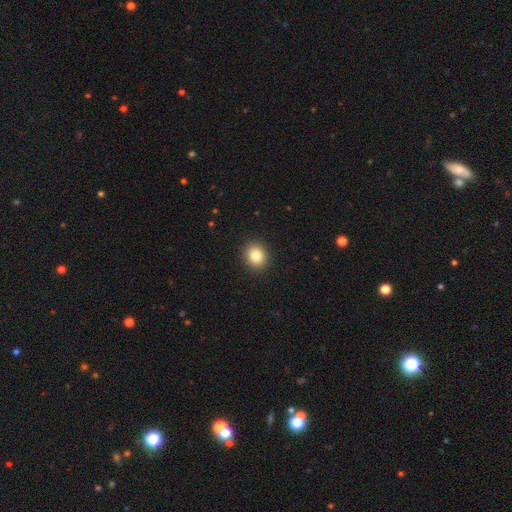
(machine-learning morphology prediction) This appears to be a smooth galaxy with no disk features (83%) that is round (75%). Merging: none (92%).